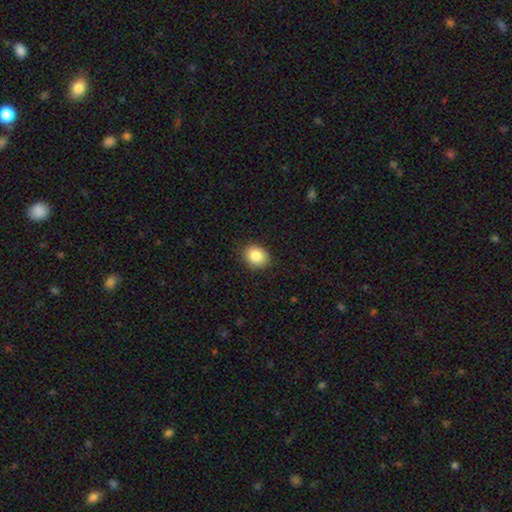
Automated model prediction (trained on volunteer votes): smooth-or-featured: smooth: 85% | star or artifact: 9% | featured or disk: 7%
  how-rounded: round: 56% | in between: 43% | cigar-shaped: 1%
  merging: none: 87% | minor disturbance: 9% | major disturbance: 2% | merger: 1%